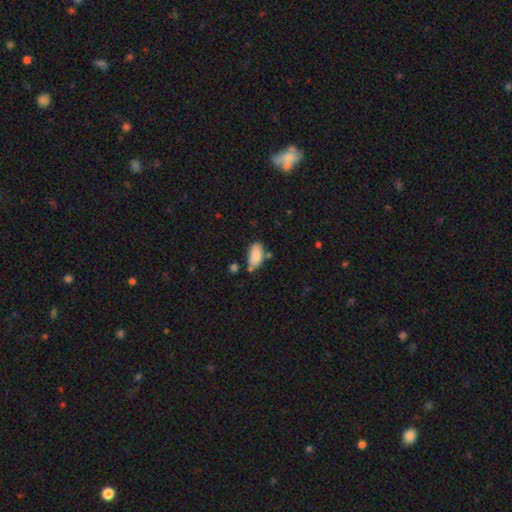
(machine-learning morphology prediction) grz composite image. It shows a smooth galaxy with no disk features (81%) that is in between round and cigar-shaped (94%). Merging: none (64%).